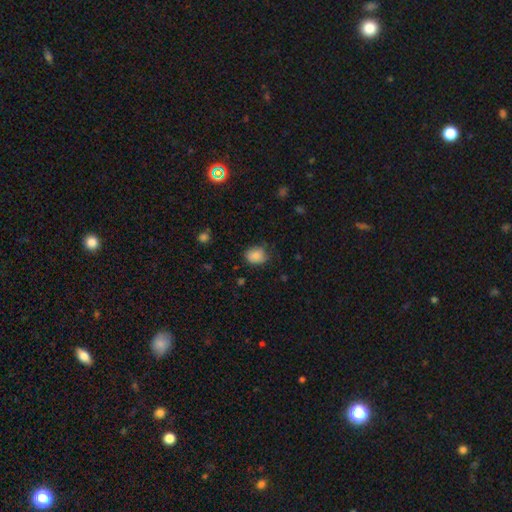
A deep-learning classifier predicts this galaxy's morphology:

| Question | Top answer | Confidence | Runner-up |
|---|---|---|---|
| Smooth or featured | smooth | 84% | star or artifact (8%) |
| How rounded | round | 51% | in between (48%) |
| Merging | none | 70% | minor disturbance (24%) |